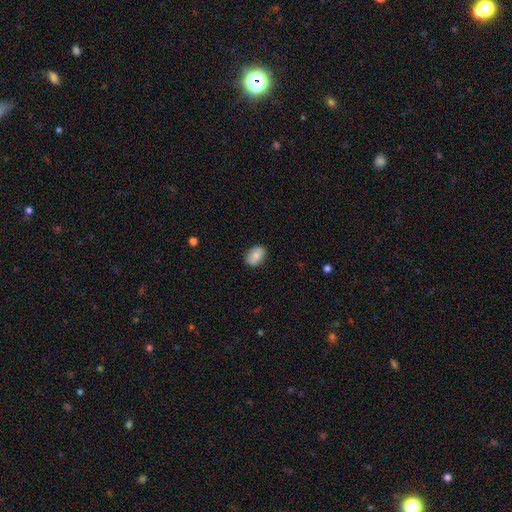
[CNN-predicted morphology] type=smooth (74%); roundness=in between (81%); merging=none (86%).